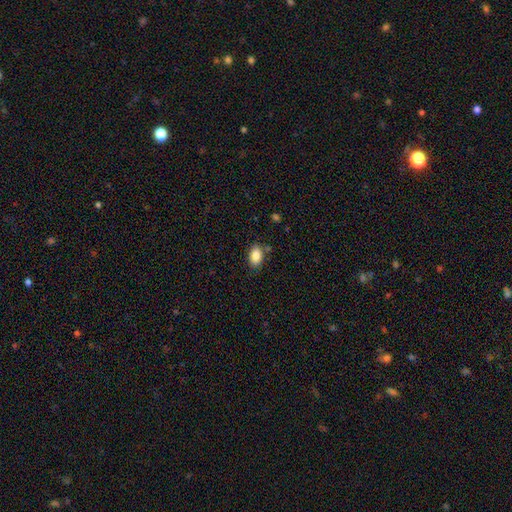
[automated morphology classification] This is clearly a smooth galaxy (86%). How rounded: clearly in between (89%). Merging: likely none (80%).